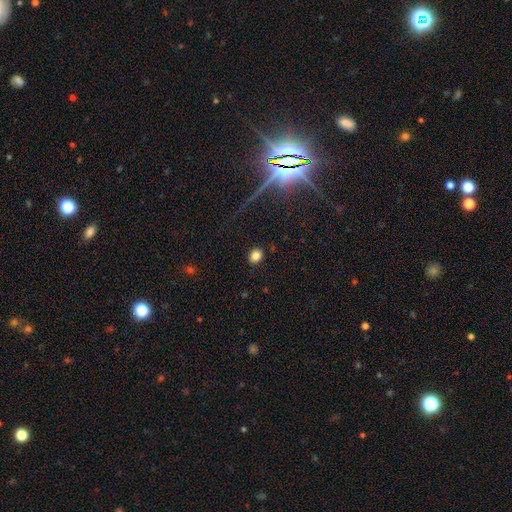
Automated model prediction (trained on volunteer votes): Morphology: type=smooth (82%); roundness=round (72%); merging=none (89%).